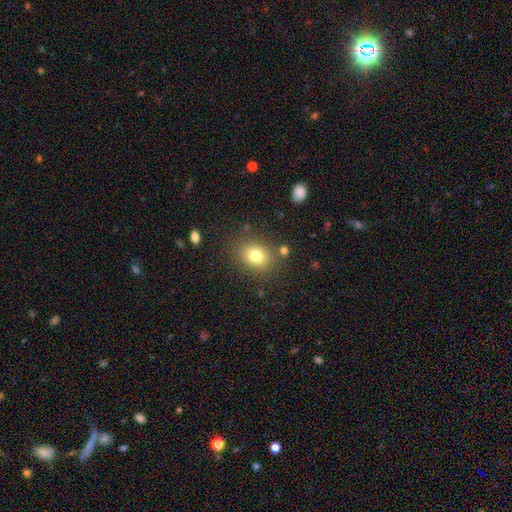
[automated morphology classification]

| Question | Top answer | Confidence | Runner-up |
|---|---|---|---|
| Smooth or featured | smooth | 78% | star or artifact (12%) |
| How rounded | round | 58% | in between (41%) |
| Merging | none | 82% | minor disturbance (11%) |